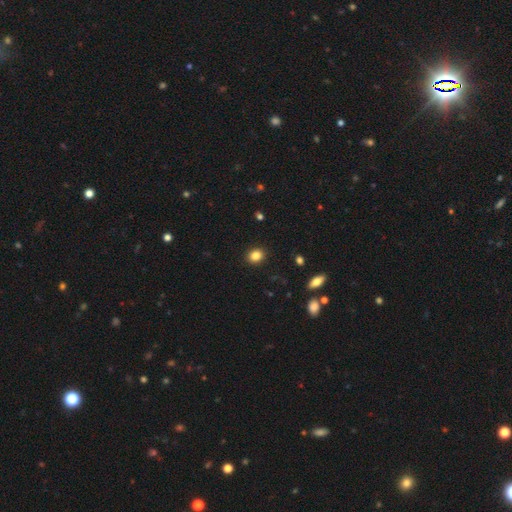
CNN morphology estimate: smooth-or-featured: smooth: 85% | star or artifact: 11% | featured or disk: 5%
  how-rounded: round: 64% | in between: 35% | cigar-shaped: 1%
  merging: none: 91% | minor disturbance: 6% | major disturbance: 2% | merger: 1%